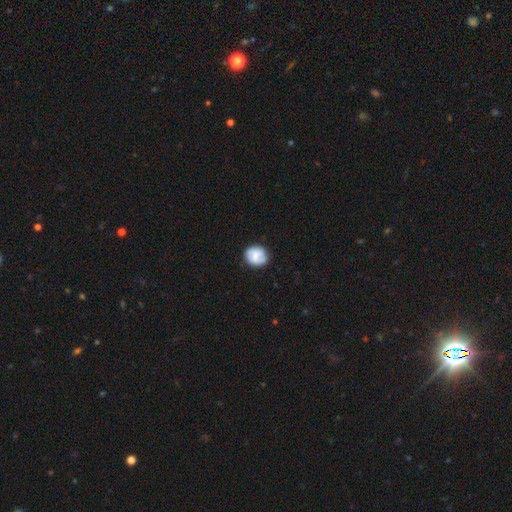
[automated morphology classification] This appears to be a smooth galaxy with no disk features (62%) that is round (76%). Merging: none (79%).